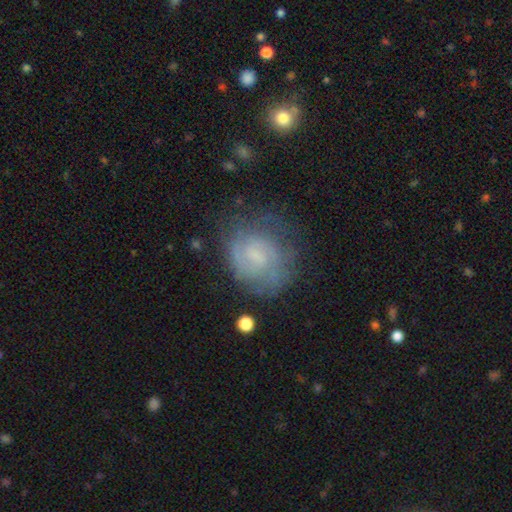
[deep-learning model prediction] The model was most divided on "bar": weak: 49%, no: 43%, strong: 8%. Remaining: edge-on disk — no (98%); spiral arms — yes (85%); merging — none (67%); smooth or featured — featured or disk (66%); spiral winding — tight (52%); bulge size — small (45%); spiral arm count — 2 (42%).